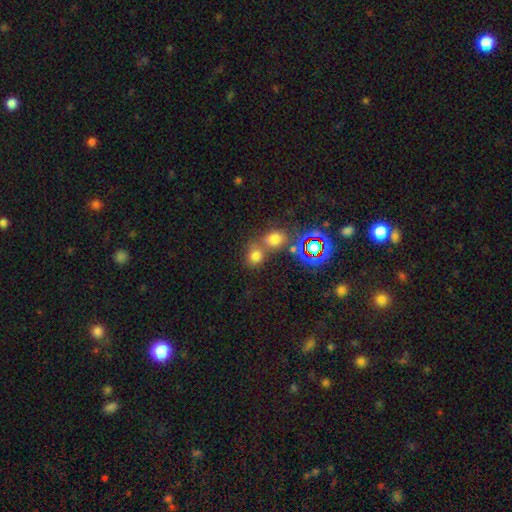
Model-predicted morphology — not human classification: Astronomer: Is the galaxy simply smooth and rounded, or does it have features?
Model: smooth — 69%.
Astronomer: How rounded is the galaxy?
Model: round — 68%.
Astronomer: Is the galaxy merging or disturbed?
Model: none — 48% (runner-up: merger, 38%).